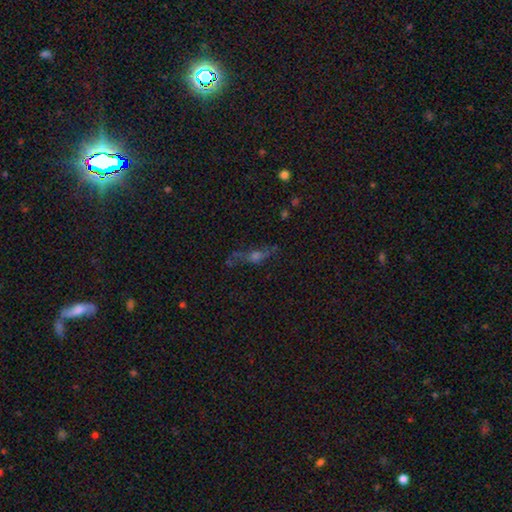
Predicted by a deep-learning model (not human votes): A featured or disk galaxy (46%).

Vote fractions:
- Smooth or featured? featured or disk: 46% / star or artifact: 29% / smooth: 25%
- Merging? none: 65% / minor disturbance: 17% / major disturbance: 12% / merger: 5%